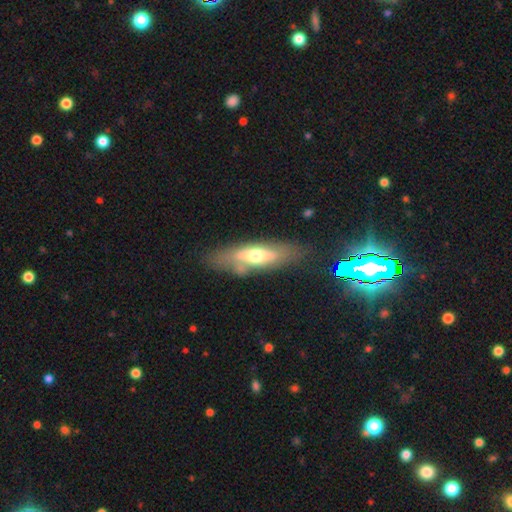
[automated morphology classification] This appears to be a featured or disk galaxy (48%). Merging: none (63%).